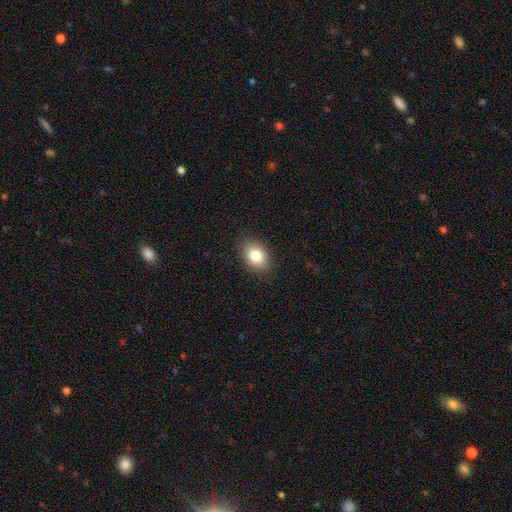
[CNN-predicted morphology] A smooth galaxy with no disk features (82%) that is in between round and cigar-shaped (77%).

Vote fractions:
- Smooth or featured? smooth: 82% / featured or disk: 9% / star or artifact: 9%
- How rounded? in between: 77% / round: 22% / cigar-shaped: 1%
- Merging? none: 87% / minor disturbance: 10% / major disturbance: 3% / merger: 1%